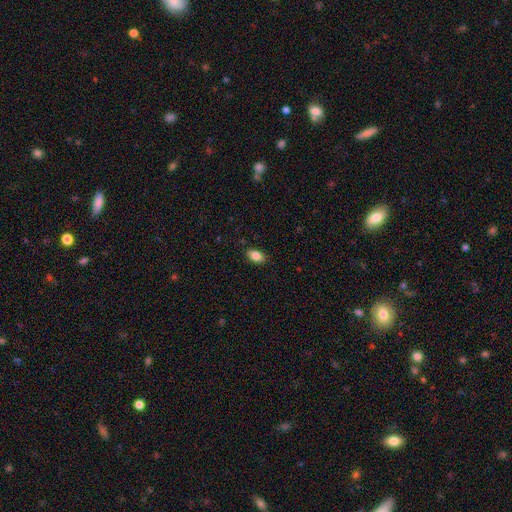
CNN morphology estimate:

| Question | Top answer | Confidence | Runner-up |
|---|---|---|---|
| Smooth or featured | smooth | 87% | star or artifact (8%) |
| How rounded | in between | 90% | round (8%) |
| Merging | none | 87% | minor disturbance (10%) |